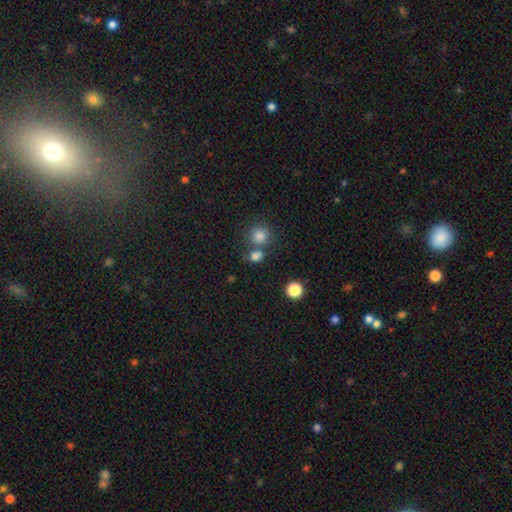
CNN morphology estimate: Smooth or featured? Predicted: smooth (p=0.77). How rounded? Predicted: round (p=0.66). Merging? Predicted: none (p=0.54).